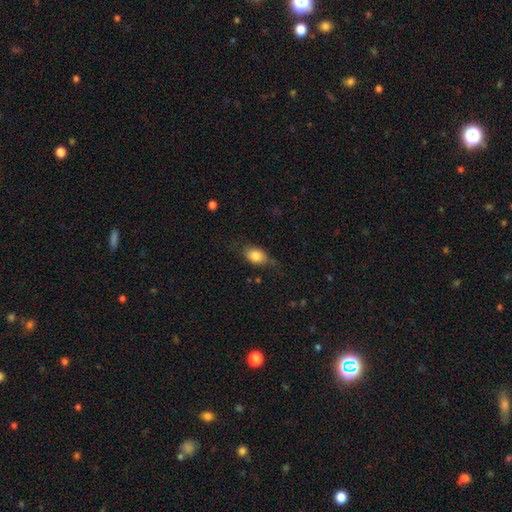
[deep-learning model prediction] This is likely a smooth galaxy (78%). How rounded: likely in between (79%). Merging: likely none (63%).